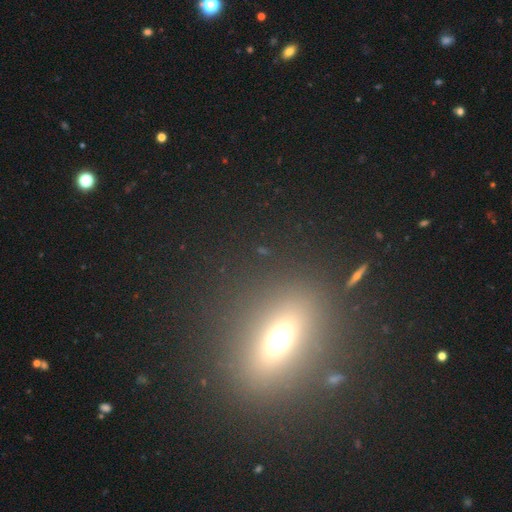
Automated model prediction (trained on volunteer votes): Overall: smooth (43%; featured or disk 29%). Merging: none (87%).